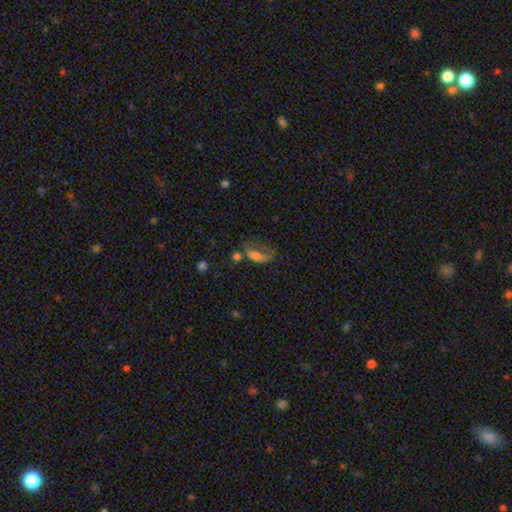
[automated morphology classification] Overall: smooth (57%; featured or disk 30%). How rounded: in between (82%). Merging: major disturbance (47%; none 19%).